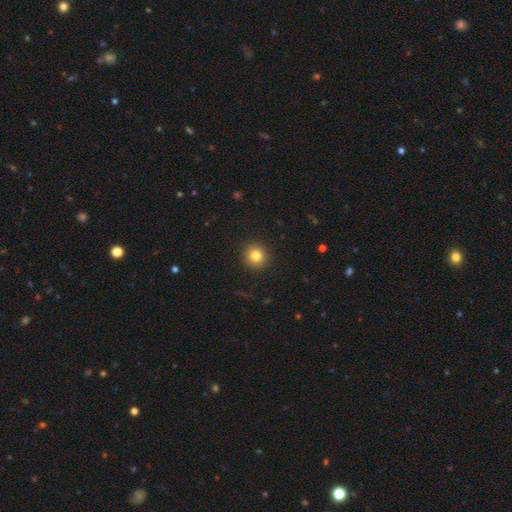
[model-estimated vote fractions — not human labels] A smooth galaxy with no disk features (82%) that is round (93%). Merging: none (92%).